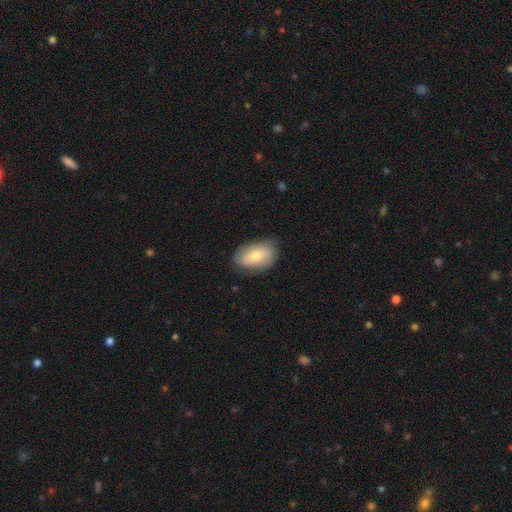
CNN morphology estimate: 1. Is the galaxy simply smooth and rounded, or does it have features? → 62% smooth, 31% featured or disk, 6% star or artifact.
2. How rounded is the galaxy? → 90% in between, 9% round, 2% cigar-shaped.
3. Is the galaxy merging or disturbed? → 80% none, 16% minor disturbance, 4% major disturbance, 1% merger.